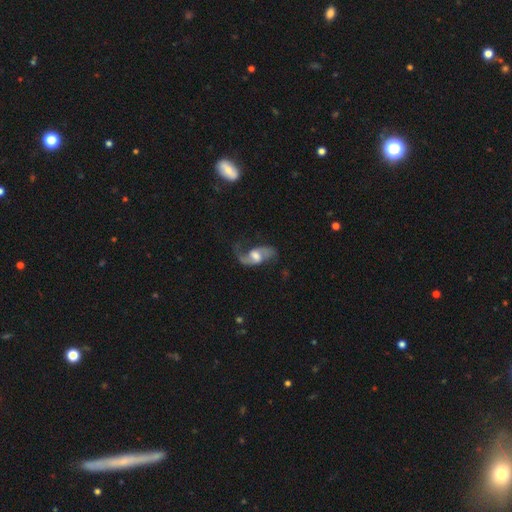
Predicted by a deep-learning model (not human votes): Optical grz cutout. It shows a featured or disk galaxy (78%) with a weak bar (50%), 2 (81%) loose (65%) spiral arms (91%) and a moderate central bulge (53%). Merging: none (51%).